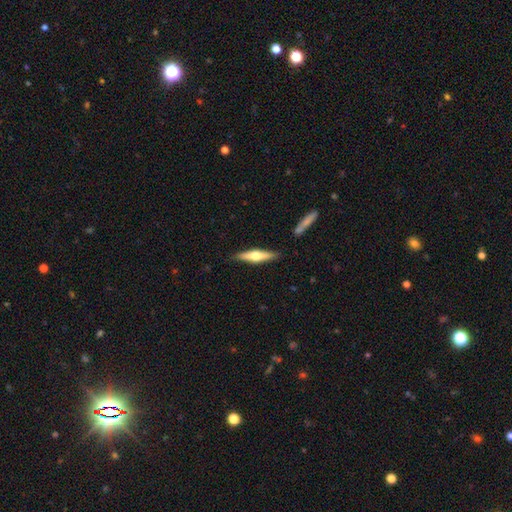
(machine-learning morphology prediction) Q: Smooth or featured?
A: featured or disk (58%); runner-up: smooth (36%)
Q: Edge-on disk?
A: yes (95%); runner-up: no (5%)
Q: Edge-on bulge?
A: rounded (94%); runner-up: boxy (3%)
Q: Merging?
A: none (87%); runner-up: minor disturbance (9%)